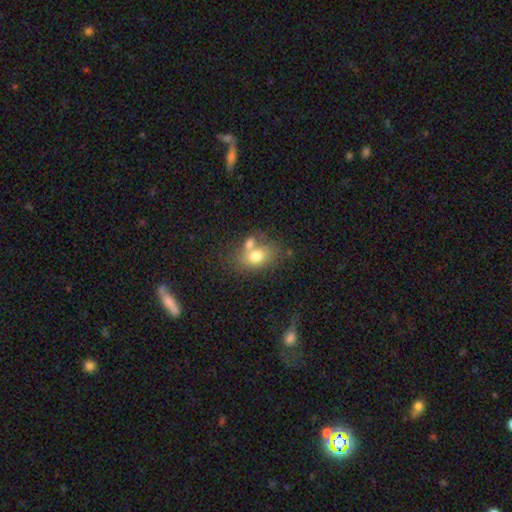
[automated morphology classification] Smooth or featured? Predicted: smooth (p=0.73). How rounded? Predicted: in between (p=0.73). Merging? Predicted: none (p=0.43).